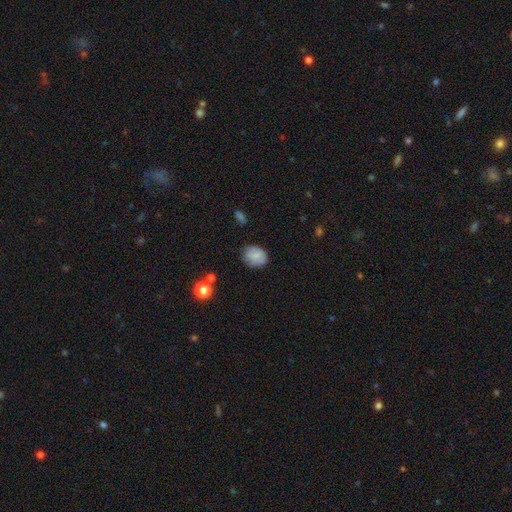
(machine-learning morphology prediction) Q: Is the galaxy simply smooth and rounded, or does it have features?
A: smooth — 79%.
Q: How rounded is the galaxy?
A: round — 63%.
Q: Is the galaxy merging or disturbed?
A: none — 76%.